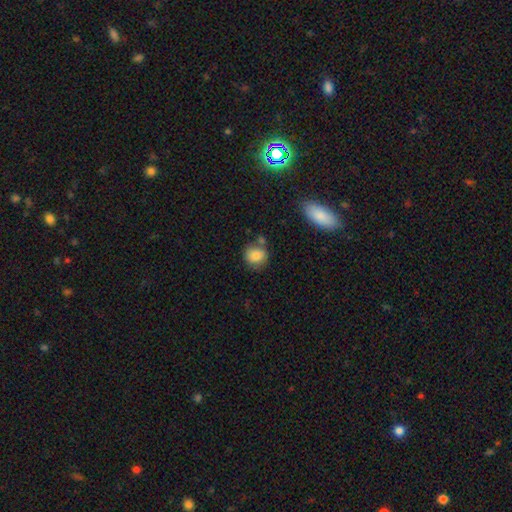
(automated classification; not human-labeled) Smooth or featured? Predicted: smooth (p=0.83). How rounded? Predicted: round (p=0.80). Merging? Predicted: none (p=0.66).